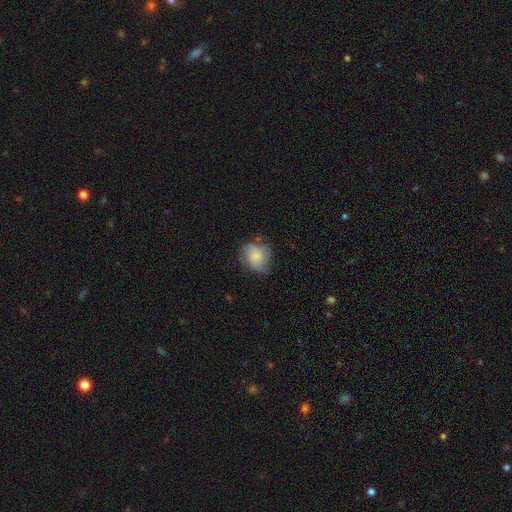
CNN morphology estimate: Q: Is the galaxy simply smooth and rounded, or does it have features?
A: smooth — 64%.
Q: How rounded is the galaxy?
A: round — 68%.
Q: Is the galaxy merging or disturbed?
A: none — 53%.